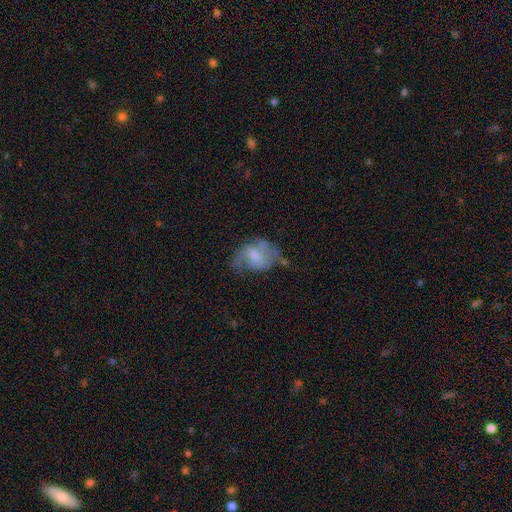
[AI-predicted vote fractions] Smooth or featured? Predicted: featured or disk (p=0.55). Edge-on disk? Predicted: no (p=0.97). Bar? Predicted: no (p=0.45, tied with weak). Spiral arms? Predicted: yes (p=0.67). Bulge size? Predicted: moderate (p=0.43). Merging? Predicted: none (p=0.40).